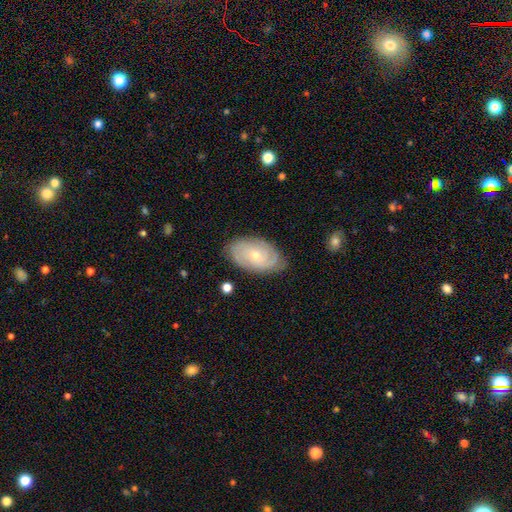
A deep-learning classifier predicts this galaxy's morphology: smooth-or-featured: featured or disk: 72% | smooth: 22% | star or artifact: 6%
  disk-edge-on: no: 95% | yes: 5%
    bar: no: 68% | weak: 27% | strong: 5%
    has-spiral-arms: yes: 90% | no: 10%
      spiral-winding: tight: 68% | medium: 25% | loose: 7%
      spiral-arm-count: can't tell: 41% | 2: 28% | 3: 16% | 4: 7% | 1: 4% | more than 4: 4%
    bulge-size: small: 63% | moderate: 34% | large: 1% | none: 1% | dominant: 1%
  merging: none: 79% | minor disturbance: 16% | major disturbance: 4% | merger: 1%